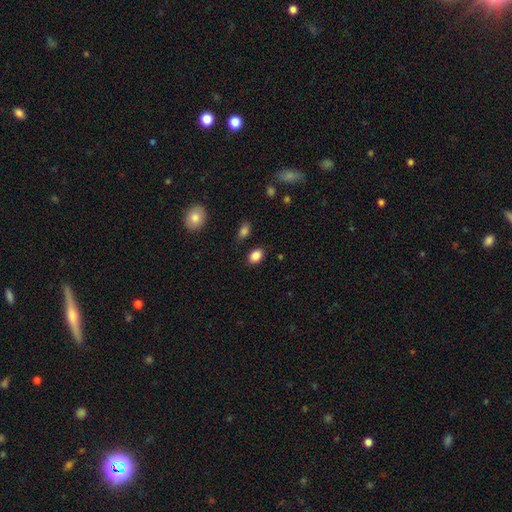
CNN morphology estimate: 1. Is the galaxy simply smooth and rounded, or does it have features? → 87% smooth, 9% star or artifact, 4% featured or disk.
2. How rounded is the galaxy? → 78% in between, 20% round, 1% cigar-shaped.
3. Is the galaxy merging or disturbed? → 84% none, 11% minor disturbance, 3% major disturbance, 2% merger.